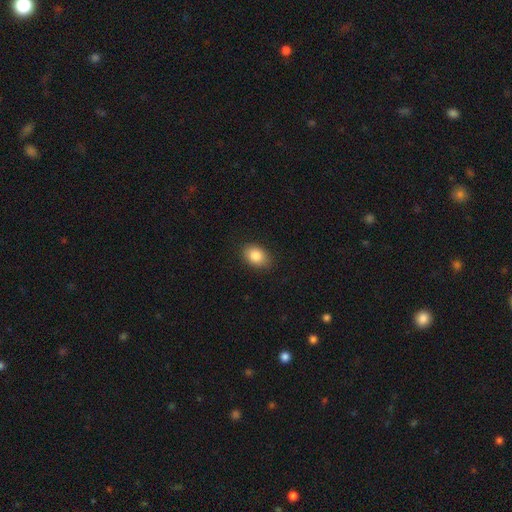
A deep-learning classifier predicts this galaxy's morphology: smooth_or_featured: smooth (p=0.85) [alt: star or artifact p=0.08]
how_rounded: in between (p=0.77) [alt: round p=0.22]
merging: none (p=0.87) [alt: minor disturbance p=0.10]